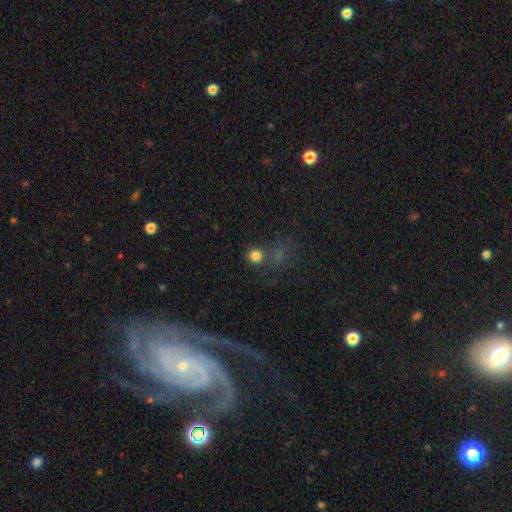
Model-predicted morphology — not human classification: Smooth or featured? smooth (79%)
How rounded? round (88%)
Merging? none (67%)